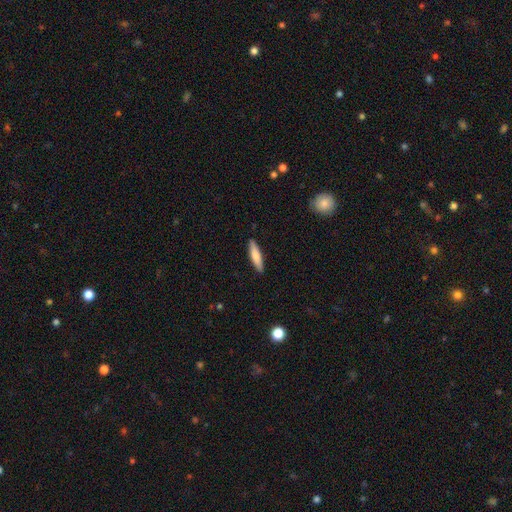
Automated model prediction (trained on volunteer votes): A smooth galaxy with no disk features (76%) that is cigar-shaped (79%).

Vote fractions:
- Smooth or featured? smooth: 76% / featured or disk: 19% / star or artifact: 6%
- How rounded? cigar-shaped: 79% / in between: 19% / round: 1%
- Merging? none: 89% / minor disturbance: 8% / major disturbance: 2% / merger: 1%